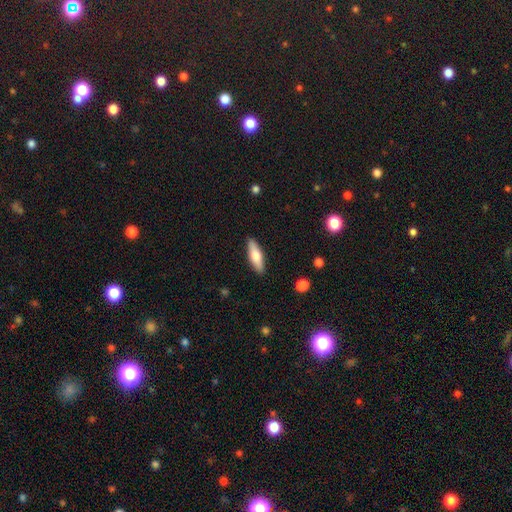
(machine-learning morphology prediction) This appears to be a smooth galaxy with no disk features (66%) that is cigar-shaped (54%). Merging: none (89%).